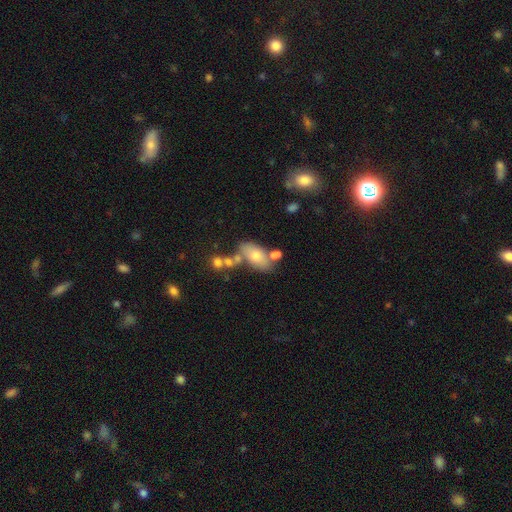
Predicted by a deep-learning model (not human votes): Smooth or featured?
  - smooth: 66% *
  - featured or disk: 26%
  - star or artifact: 8%
How rounded?
  - in between: 90% *
  - round: 7%
  - cigar-shaped: 4%
Merging?
  - none: 51% *
  - merger: 24%
  - minor disturbance: 17%
  - major disturbance: 7%